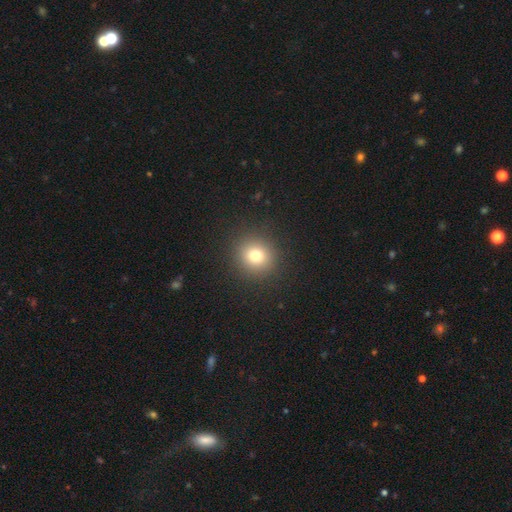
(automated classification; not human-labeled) The model was most divided on "smooth or featured": smooth: 76%, star or artifact: 15%, featured or disk: 8%. More confident: how rounded — round (91%); merging — none (91%).